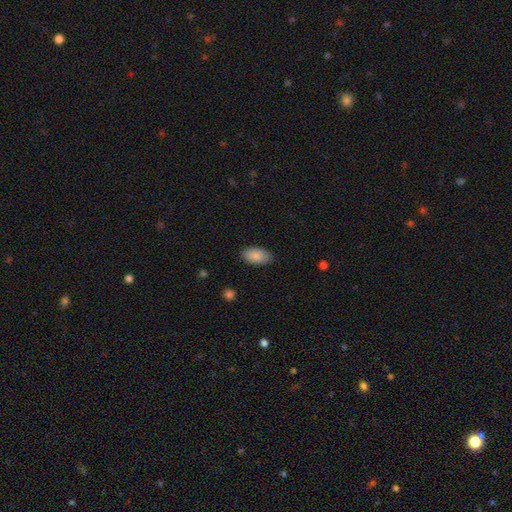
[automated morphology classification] smooth_or_featured: smooth (p=0.87) [alt: star or artifact p=0.07]
how_rounded: in between (p=0.94) [alt: round p=0.03]
merging: none (p=0.86) [alt: minor disturbance p=0.11]